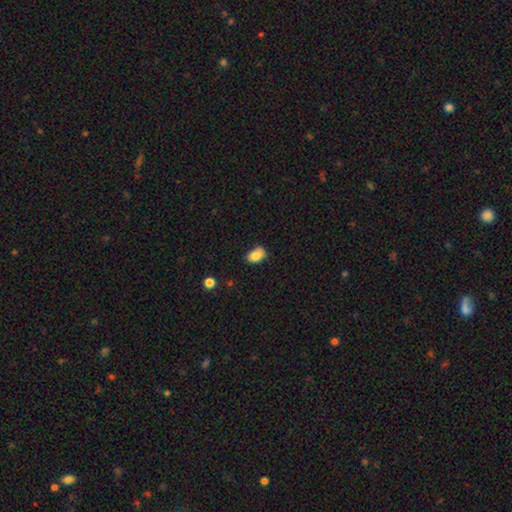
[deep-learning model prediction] smooth-or-featured: smooth: 84% | star or artifact: 9% | featured or disk: 7%
  how-rounded: in between: 86% | round: 13% | cigar-shaped: 1%
  merging: none: 68% | minor disturbance: 25% | major disturbance: 4% | merger: 3%